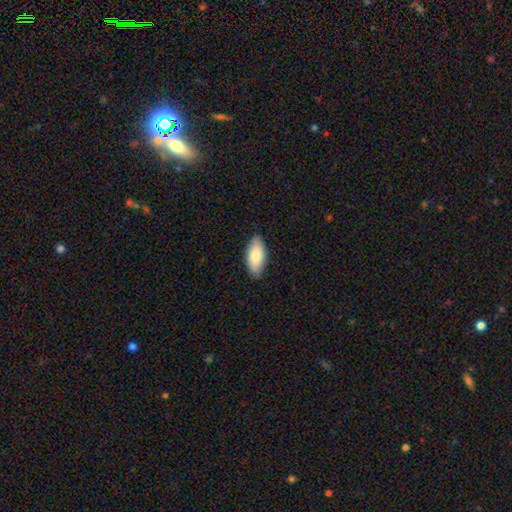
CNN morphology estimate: type=smooth (81%); roundness=in between (89%); merging=none (86%).